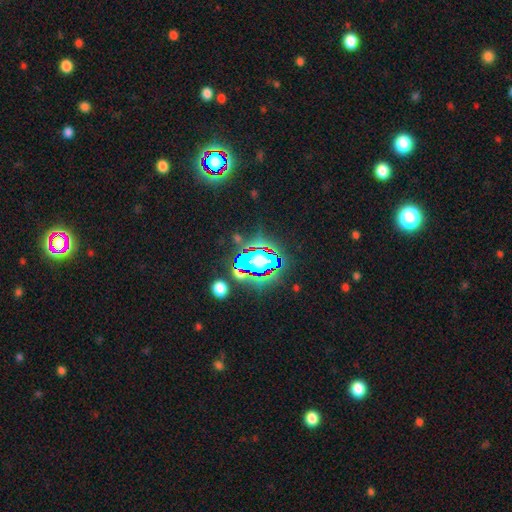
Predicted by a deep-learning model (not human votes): A star or artifact, not a galaxy (83%).

Vote fractions:
- Smooth or featured? star or artifact: 83% / smooth: 9% / featured or disk: 7%